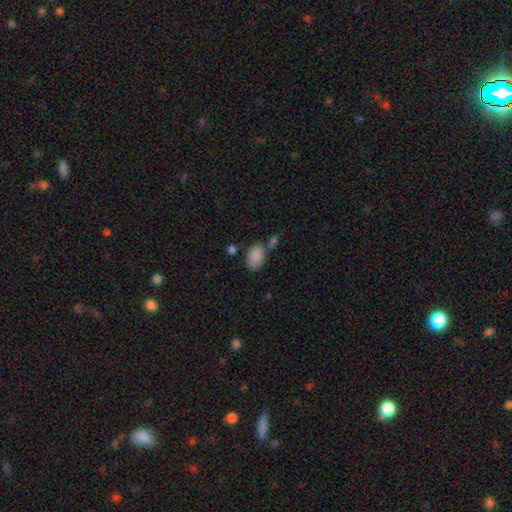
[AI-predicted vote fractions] Smooth or featured: smooth — 87% (star or artifact — 8%)
How rounded: in between — 90% (round — 8%)
Merging: none — 62% (merger — 18%)